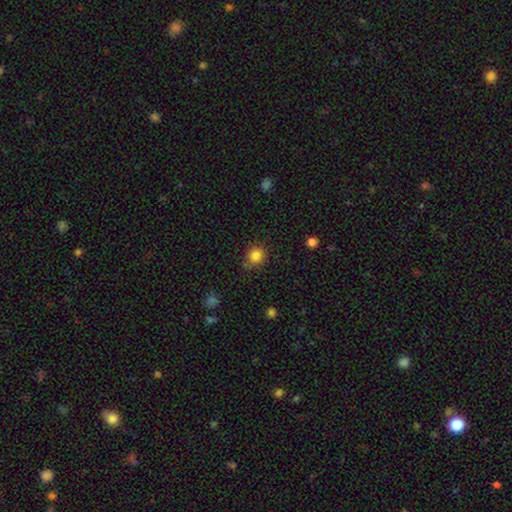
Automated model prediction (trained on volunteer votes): Smooth or featured? smooth (84%)
How rounded? round (84%)
Merging? none (76%)